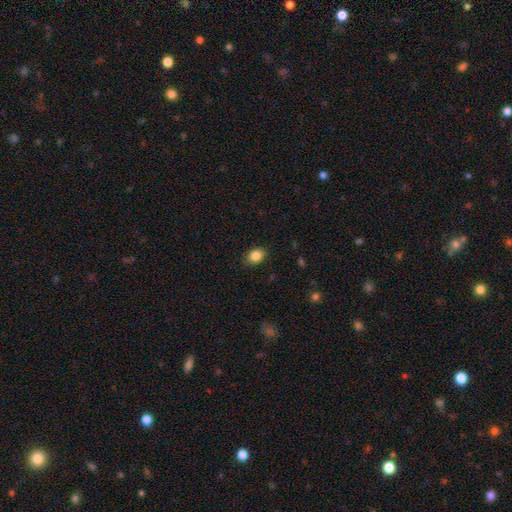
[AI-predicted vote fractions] smooth-or-featured: smooth: 86% | star or artifact: 9% | featured or disk: 5%
  how-rounded: in between: 65% | round: 34% | cigar-shaped: 1%
  merging: none: 86% | minor disturbance: 11% | major disturbance: 2% | merger: 1%